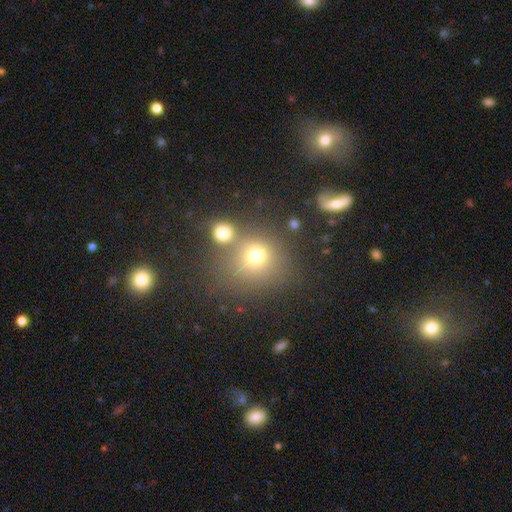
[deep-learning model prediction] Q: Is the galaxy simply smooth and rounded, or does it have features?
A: smooth — 70%.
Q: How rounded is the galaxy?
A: round — 83%.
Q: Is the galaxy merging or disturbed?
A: none — 58%.